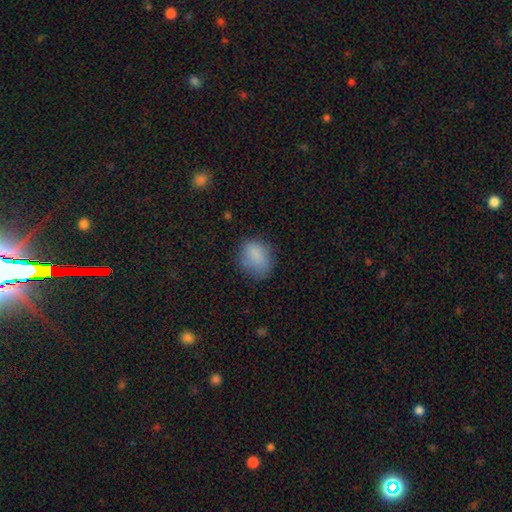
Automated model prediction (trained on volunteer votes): Smooth or featured? smooth (84%)
How rounded? round (54%)
Merging? none (64%)